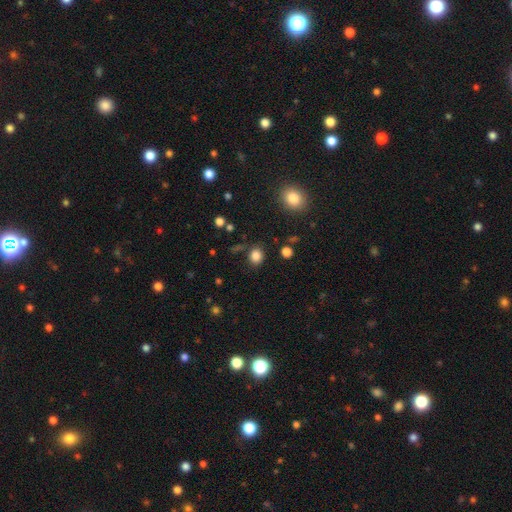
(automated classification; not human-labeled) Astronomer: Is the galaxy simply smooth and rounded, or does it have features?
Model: smooth — 84%.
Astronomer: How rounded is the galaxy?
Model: round — 69%.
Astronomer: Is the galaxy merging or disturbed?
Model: none — 83%.